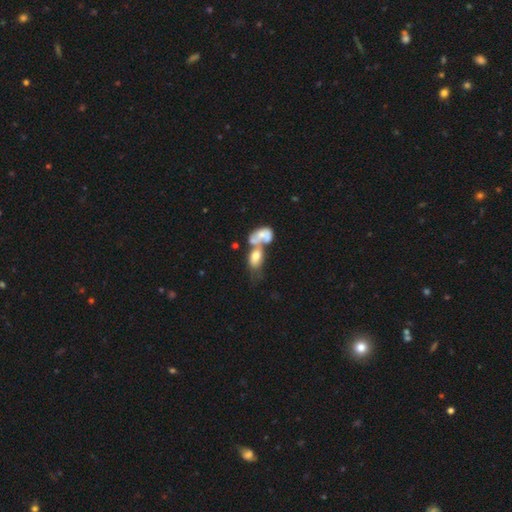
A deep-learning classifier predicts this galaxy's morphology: A star or artifact, not a galaxy (44%).